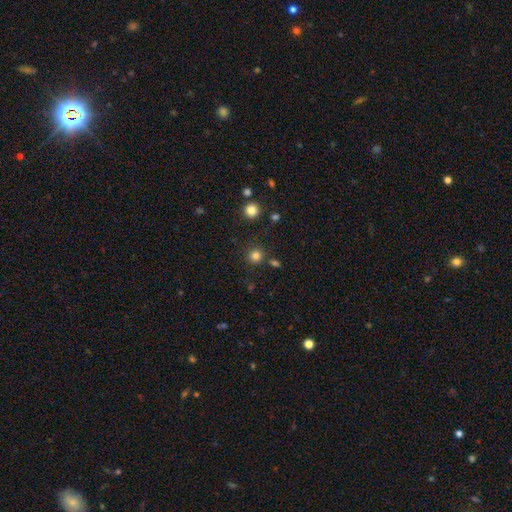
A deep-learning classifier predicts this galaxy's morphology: Smooth or featured? Predicted: smooth (p=0.80). How rounded? Predicted: round (p=0.92). Merging? Predicted: none (p=0.84).